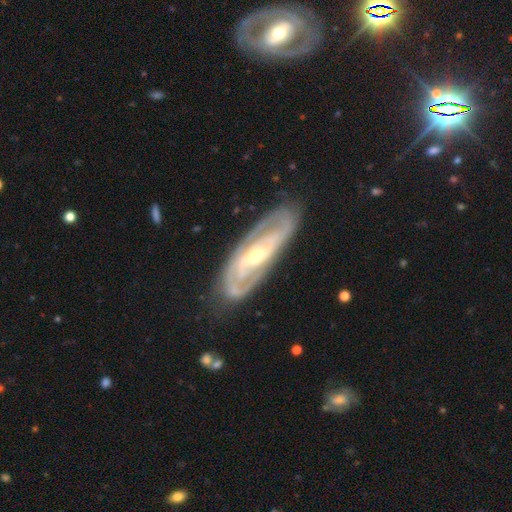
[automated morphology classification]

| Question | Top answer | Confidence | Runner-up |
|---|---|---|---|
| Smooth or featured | featured or disk | 84% | smooth (11%) |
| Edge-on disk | no | 87% | yes (13%) |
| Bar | no | 40% | weak (34%) |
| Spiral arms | yes | 86% | no (14%) |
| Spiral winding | tight | 57% | medium (32%) |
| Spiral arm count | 2 | 55% | can't tell (30%) |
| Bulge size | small | 54% | moderate (42%) |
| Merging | none | 79% | minor disturbance (14%) |